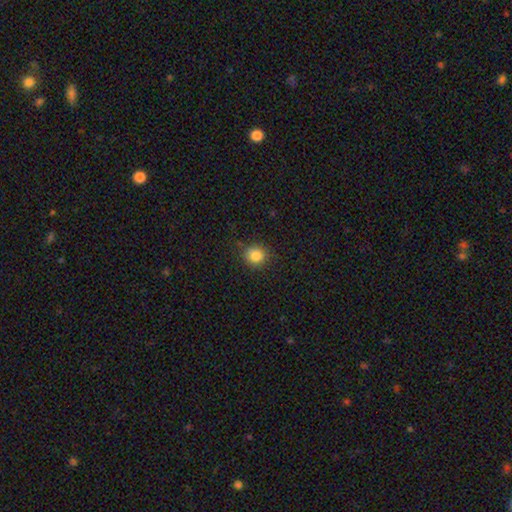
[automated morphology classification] Q: Smooth or featured?
A: smooth (84%); runner-up: star or artifact (11%)
Q: How rounded?
A: round (85%); runner-up: in between (14%)
Q: Merging?
A: none (86%); runner-up: minor disturbance (10%)